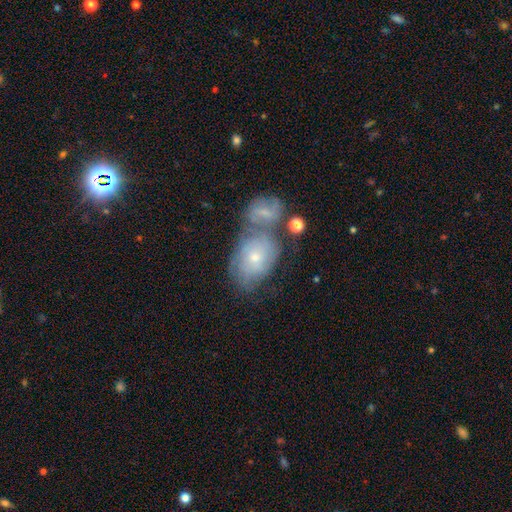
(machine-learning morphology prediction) This appears to be a featured or disk galaxy (54%) with no bar (80%), spiral arms (70%) and a small central bulge (63%). Merging: merger (42%).